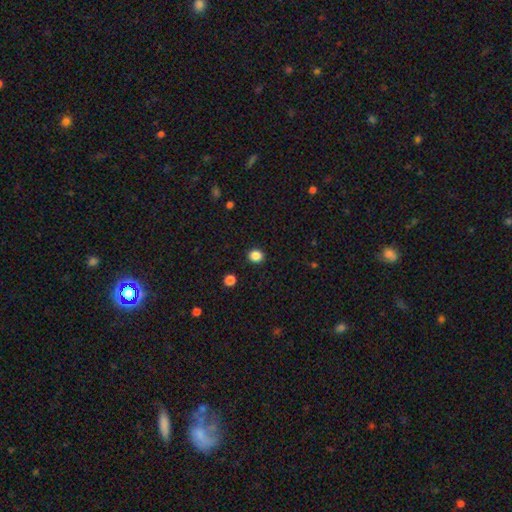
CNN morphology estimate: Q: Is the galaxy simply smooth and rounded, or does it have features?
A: smooth — 86%.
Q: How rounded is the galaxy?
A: round — 82%.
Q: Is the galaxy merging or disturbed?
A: none — 91%.